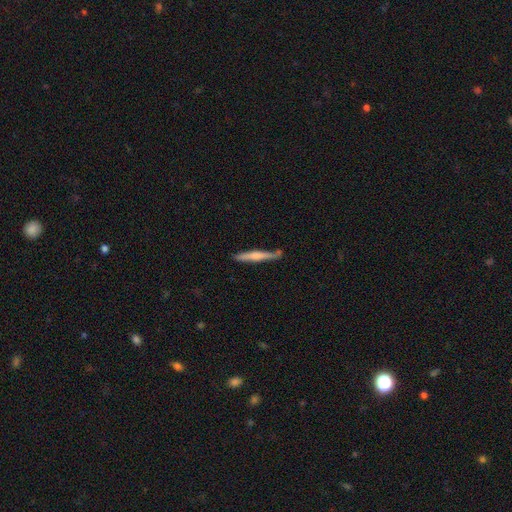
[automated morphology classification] Overall: smooth (49%; featured or disk 46%). Merging: none (73%).